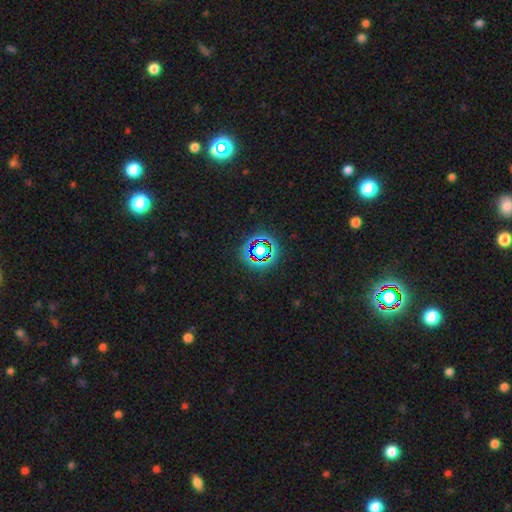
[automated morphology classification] The model was most divided on "smooth or featured": star or artifact: 70%, smooth: 18%, featured or disk: 12%.